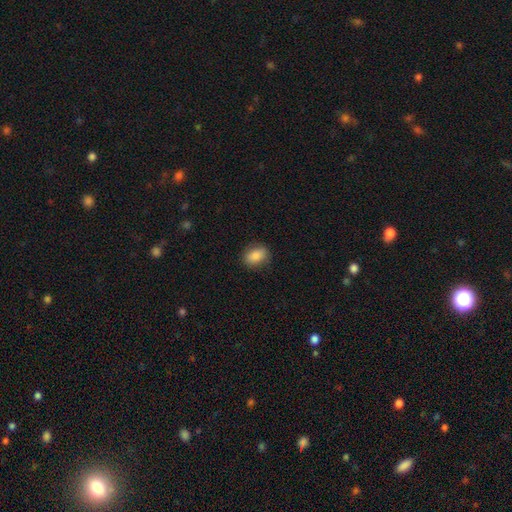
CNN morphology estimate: smooth_or_featured: smooth (p=0.86) [alt: star or artifact p=0.08]
how_rounded: in between (p=0.74) [alt: round p=0.24]
merging: none (p=0.85) [alt: minor disturbance p=0.11]